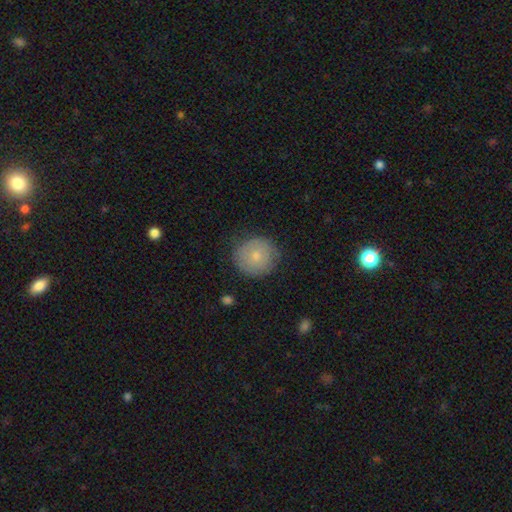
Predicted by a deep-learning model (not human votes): A smooth galaxy with no disk features (74%) that is round (91%).

Vote fractions:
- Smooth or featured? smooth: 74% / featured or disk: 19% / star or artifact: 7%
- How rounded? round: 91% / in between: 8% / cigar-shaped: 1%
- Merging? none: 81% / minor disturbance: 14% / major disturbance: 3% / merger: 1%